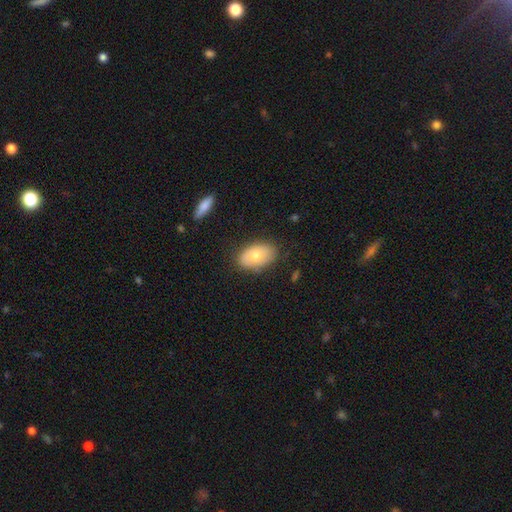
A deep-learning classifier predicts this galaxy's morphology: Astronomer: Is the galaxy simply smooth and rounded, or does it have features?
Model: smooth — 71%.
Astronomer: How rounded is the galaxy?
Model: in between — 90%.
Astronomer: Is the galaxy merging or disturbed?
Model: none — 79%.